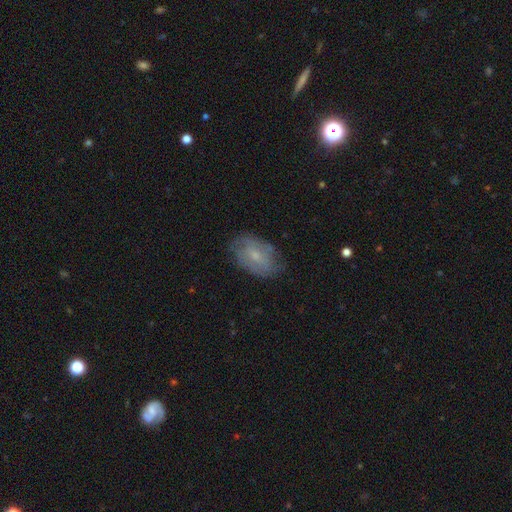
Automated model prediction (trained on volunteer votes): The model was most divided on "smooth or featured": featured or disk: 47%, smooth: 45%, star or artifact: 8%. More confident: merging — none (70%).